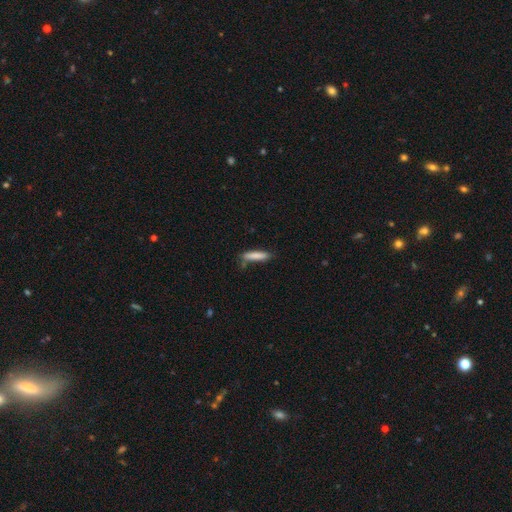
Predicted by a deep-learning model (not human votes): This appears to be a smooth galaxy with no disk features (82%) that is cigar-shaped (84%). Merging: none (70%).